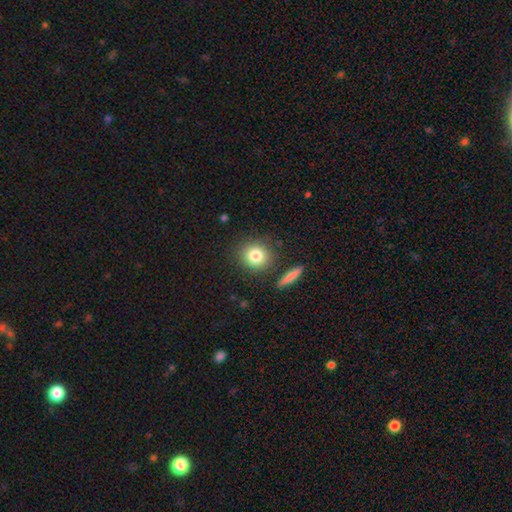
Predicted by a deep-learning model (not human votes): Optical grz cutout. It shows a smooth galaxy with no disk features (81%) that is round (83%). Merging: none (83%).